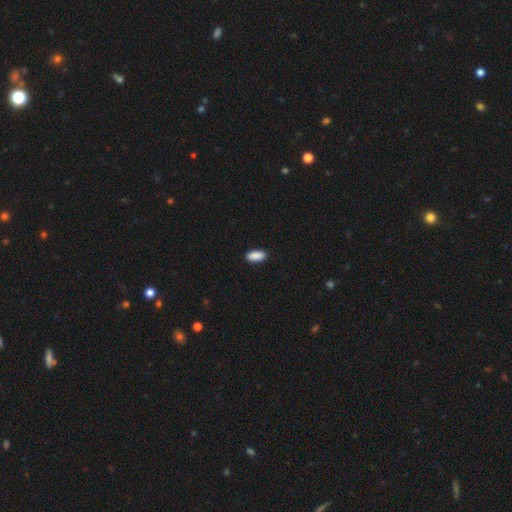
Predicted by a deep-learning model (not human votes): A smooth galaxy with no disk features (91%) that is in between round and cigar-shaped (86%).

Vote fractions:
- Smooth or featured? smooth: 91% / star or artifact: 6% / featured or disk: 3%
- How rounded? in between: 86% / cigar-shaped: 12% / round: 2%
- Merging? none: 90% / minor disturbance: 7% / major disturbance: 2% / merger: 1%